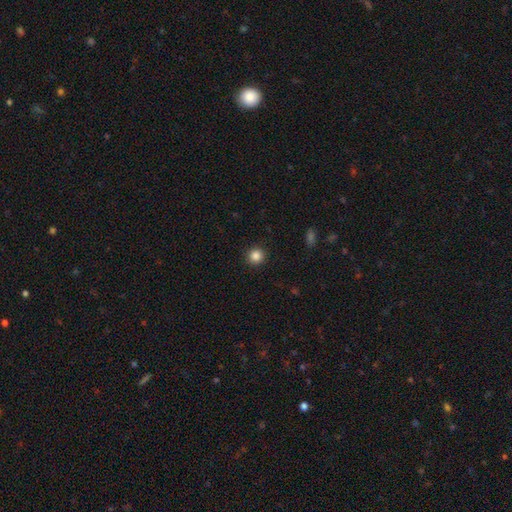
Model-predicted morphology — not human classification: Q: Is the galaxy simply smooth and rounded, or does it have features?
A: smooth — 86%.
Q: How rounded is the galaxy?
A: round — 94%.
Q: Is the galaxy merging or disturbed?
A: none — 92%.